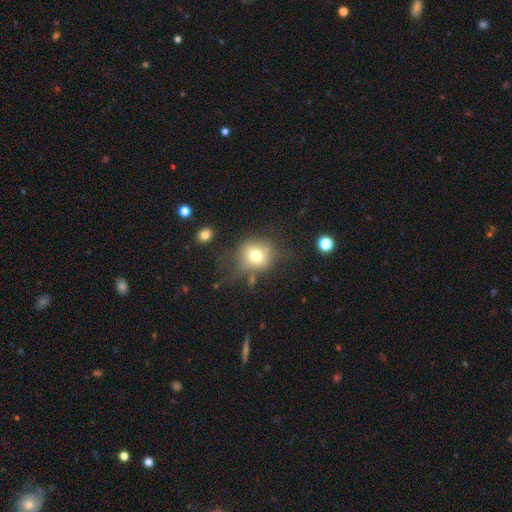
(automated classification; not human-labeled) Q: Smooth or featured?
A: smooth (69%); runner-up: featured or disk (18%)
Q: How rounded?
A: round (79%); runner-up: in between (20%)
Q: Merging?
A: none (54%); runner-up: minor disturbance (23%)